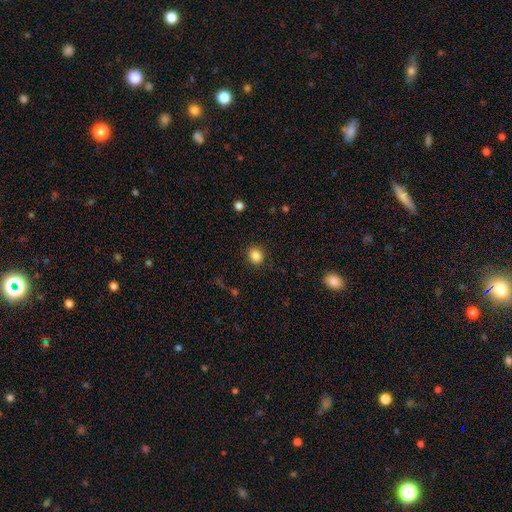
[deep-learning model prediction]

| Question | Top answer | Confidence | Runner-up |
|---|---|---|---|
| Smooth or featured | smooth | 86% | star or artifact (10%) |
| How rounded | round | 78% | in between (21%) |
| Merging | none | 90% | minor disturbance (7%) |